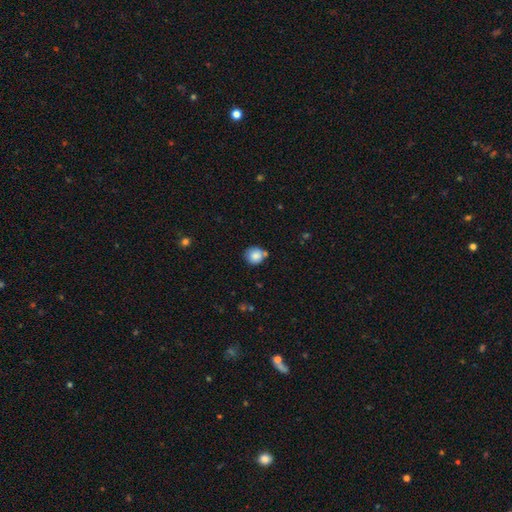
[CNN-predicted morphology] A smooth galaxy with no disk features (83%) that is round (89%).

Vote fractions:
- Smooth or featured? smooth: 83% / star or artifact: 9% / featured or disk: 8%
- How rounded? round: 89% / in between: 10% / cigar-shaped: 1%
- Merging? none: 69% / minor disturbance: 17% / merger: 10% / major disturbance: 3%